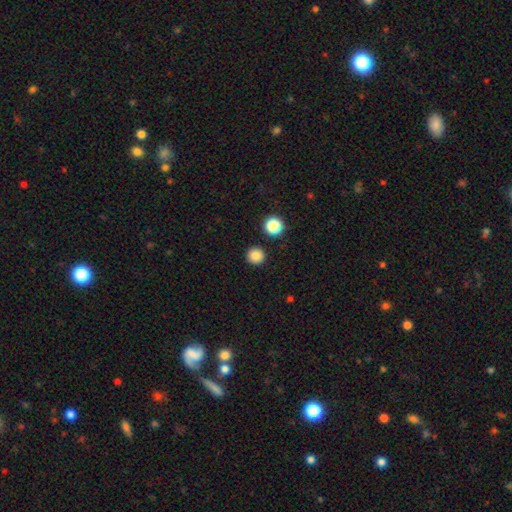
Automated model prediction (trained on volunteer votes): smooth_or_featured: smooth (p=0.85) [alt: star or artifact p=0.11]
how_rounded: round (p=0.95) [alt: in between p=0.04]
merging: none (p=0.92) [alt: minor disturbance p=0.04]